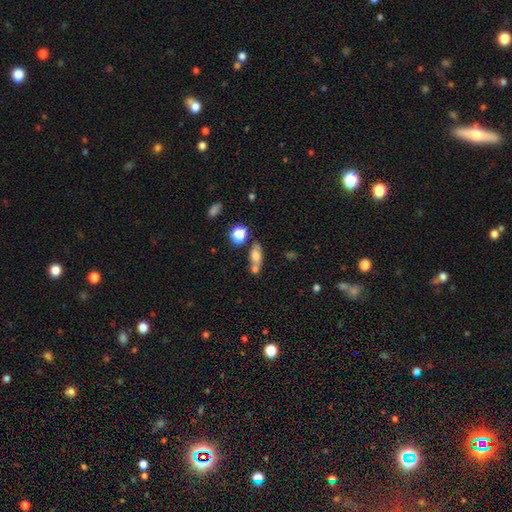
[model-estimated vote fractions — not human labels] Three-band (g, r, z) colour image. It shows a smooth galaxy with no disk features (67%) that is in between round and cigar-shaped (70%). Merging: none (51%).